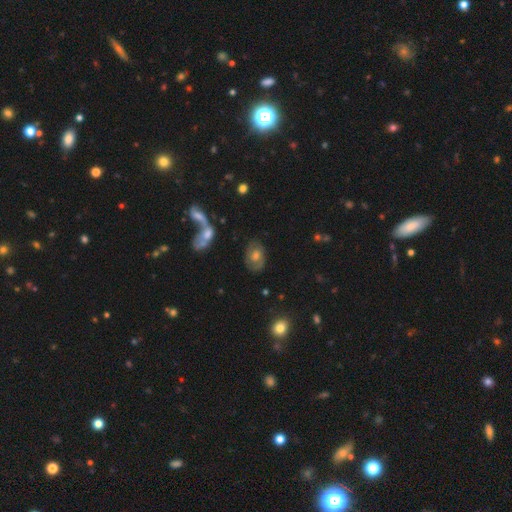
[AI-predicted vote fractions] Smooth or featured? featured or disk (54%)
Edge-on disk? no (94%)
Bar? no (73%)
Spiral arms? yes (64%)
Bulge size? moderate (62%)
Merging? none (66%)